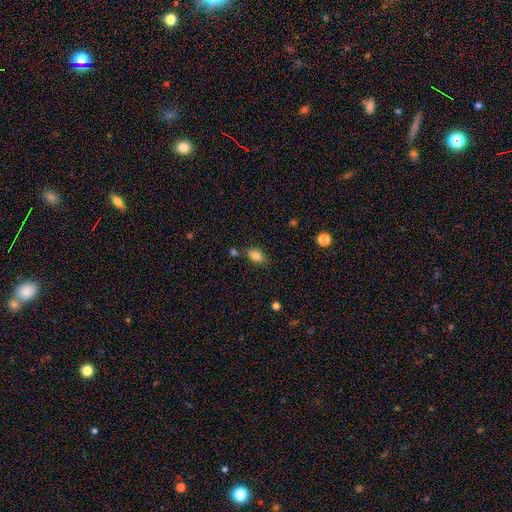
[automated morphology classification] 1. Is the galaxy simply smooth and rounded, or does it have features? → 82% smooth, 10% star or artifact, 8% featured or disk.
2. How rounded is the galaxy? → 84% in between, 14% round, 2% cigar-shaped.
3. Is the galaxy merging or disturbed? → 75% none, 15% minor disturbance, 7% merger, 3% major disturbance.